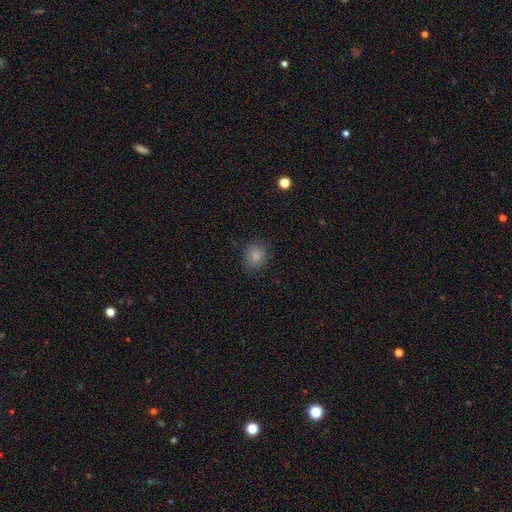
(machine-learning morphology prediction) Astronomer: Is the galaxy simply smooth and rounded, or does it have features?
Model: smooth — 84%.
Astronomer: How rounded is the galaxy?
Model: round — 72%.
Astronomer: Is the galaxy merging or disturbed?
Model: none — 80%.